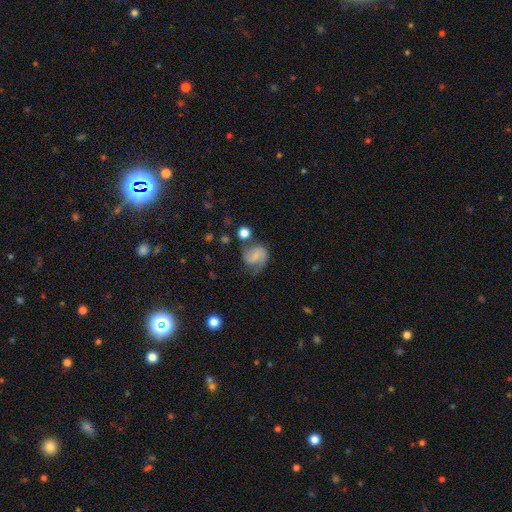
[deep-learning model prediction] featured or disk 58%, smooth 33%, star or artifact 9%. Down the decision tree: edge-on disk — no (98%); bar — weak (44%); spiral arms — yes (90%); spiral arm count — 2 (78%); spiral winding — medium (47%); bulge size — small (48%); merging — none (55%).